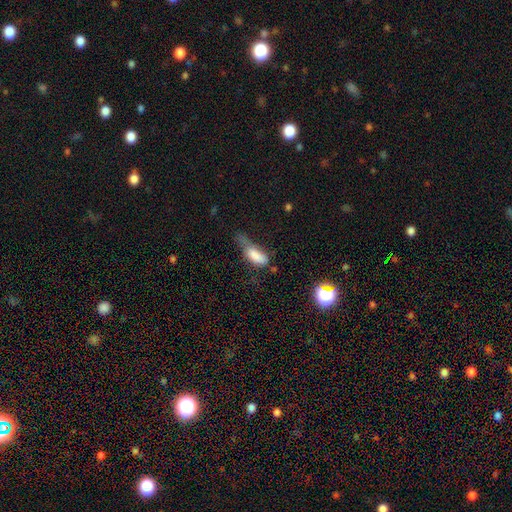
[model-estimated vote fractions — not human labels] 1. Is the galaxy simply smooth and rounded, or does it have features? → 77% smooth, 14% featured or disk, 9% star or artifact.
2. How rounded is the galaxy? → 78% in between, 19% cigar-shaped, 4% round.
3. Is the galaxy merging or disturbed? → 40% major disturbance, 34% minor disturbance, 18% none, 8% merger.